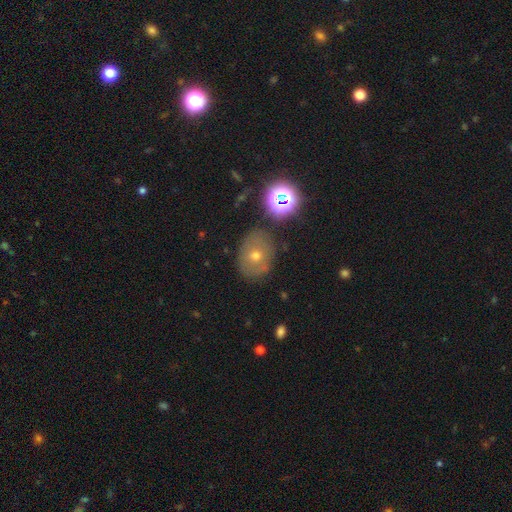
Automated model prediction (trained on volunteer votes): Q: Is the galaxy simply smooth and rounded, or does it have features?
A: smooth — 51%.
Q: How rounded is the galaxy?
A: round — 56%.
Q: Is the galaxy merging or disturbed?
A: none — 76%.